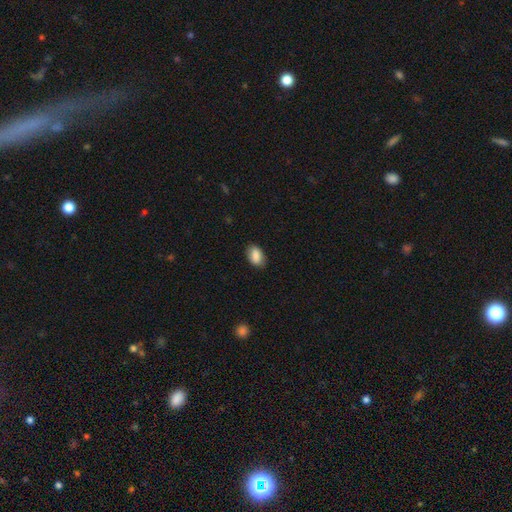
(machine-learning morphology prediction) smooth 86%, star or artifact 7%, featured or disk 7%. Down the decision tree: how rounded — in between (91%); merging — none (82%).